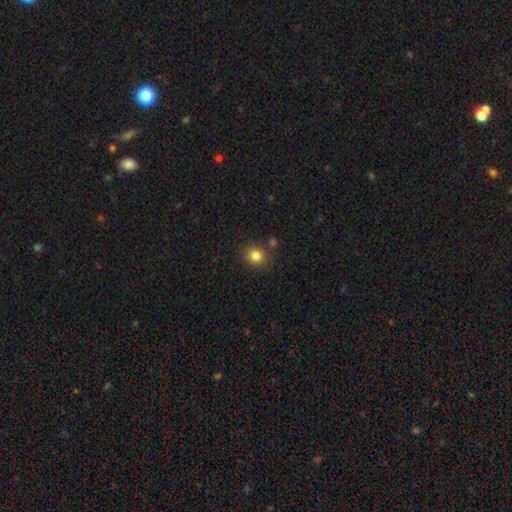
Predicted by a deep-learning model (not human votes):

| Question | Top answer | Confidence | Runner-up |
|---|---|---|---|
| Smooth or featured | smooth | 84% | star or artifact (11%) |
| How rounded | round | 71% | in between (28%) |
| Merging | none | 79% | minor disturbance (11%) |